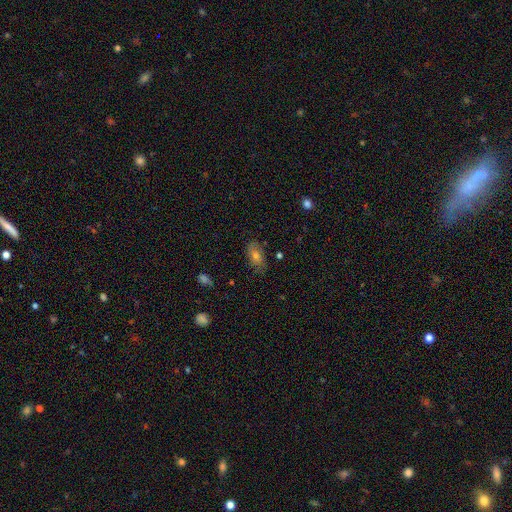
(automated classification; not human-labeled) Smooth or featured: smooth — 57% (featured or disk — 28%)
How rounded: in between — 86% (round — 9%)
Merging: none — 80% (minor disturbance — 15%)